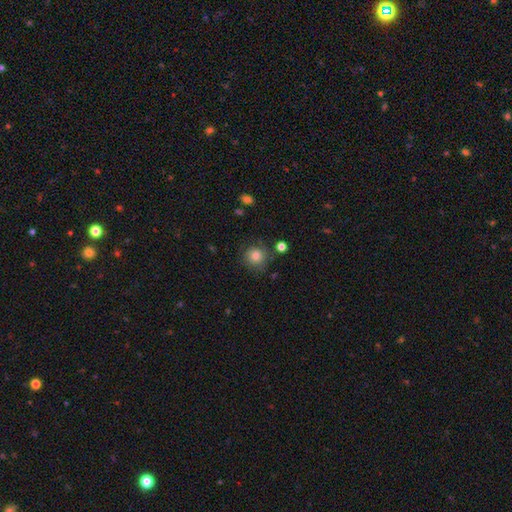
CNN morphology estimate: Smooth or featured: smooth — 76% (featured or disk — 13%)
How rounded: round — 90% (in between — 9%)
Merging: none — 74% (minor disturbance — 16%)